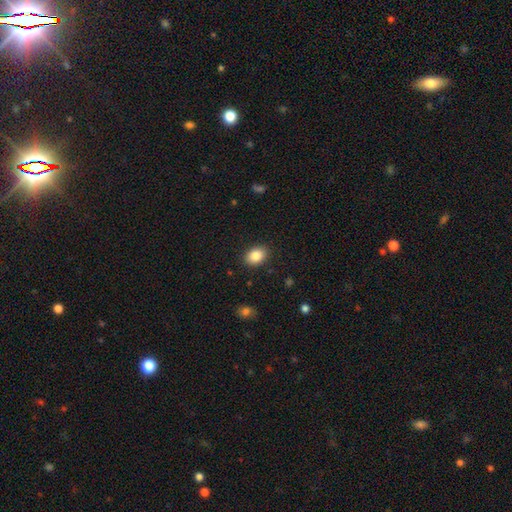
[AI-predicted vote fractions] Smooth or featured?
  - smooth: 86% *
  - star or artifact: 8%
  - featured or disk: 6%
How rounded?
  - in between: 76% *
  - round: 23%
  - cigar-shaped: 1%
Merging?
  - none: 88% *
  - minor disturbance: 8%
  - major disturbance: 2%
  - merger: 1%